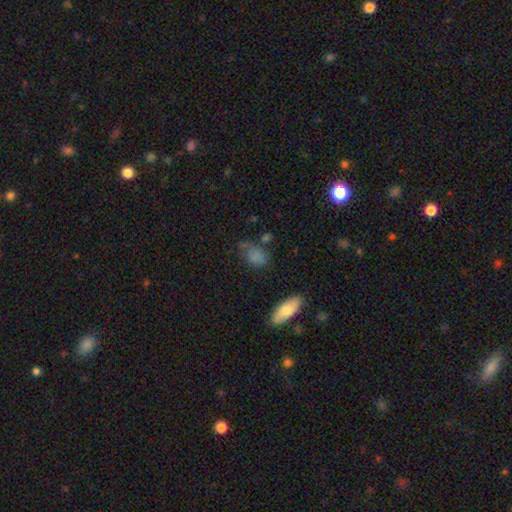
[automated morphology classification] type=smooth (74%); roundness=in between (80%); merging=none (46%).